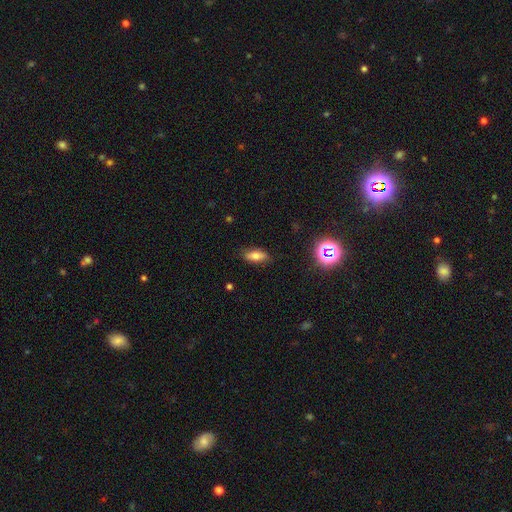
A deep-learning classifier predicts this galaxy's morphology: smooth_or_featured: smooth (p=0.72) [alt: featured or disk p=0.17]
how_rounded: in between (p=0.75) [alt: cigar-shaped p=0.21]
merging: none (p=0.85) [alt: minor disturbance p=0.11]